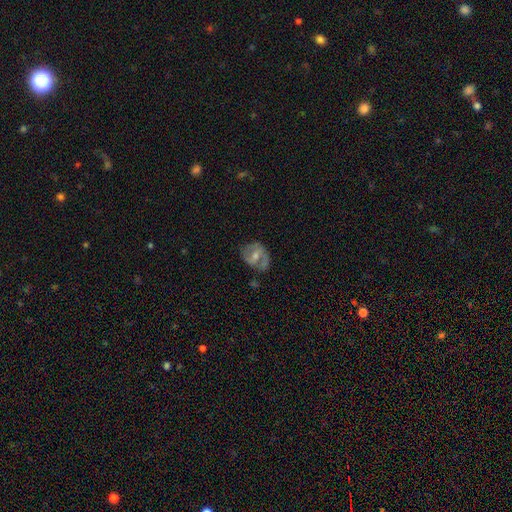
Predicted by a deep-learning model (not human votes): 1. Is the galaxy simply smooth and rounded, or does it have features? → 62% featured or disk, 31% smooth, 7% star or artifact.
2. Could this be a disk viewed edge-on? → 96% no, 4% yes.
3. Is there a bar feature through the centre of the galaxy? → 47% weak, 32% no, 21% strong.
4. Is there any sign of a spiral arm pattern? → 71% yes, 29% no.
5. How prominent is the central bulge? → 56% moderate, 35% small, 4% large, 4% none, 1% dominant.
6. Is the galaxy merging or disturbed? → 59% none, 25% minor disturbance, 13% major disturbance, 3% merger.